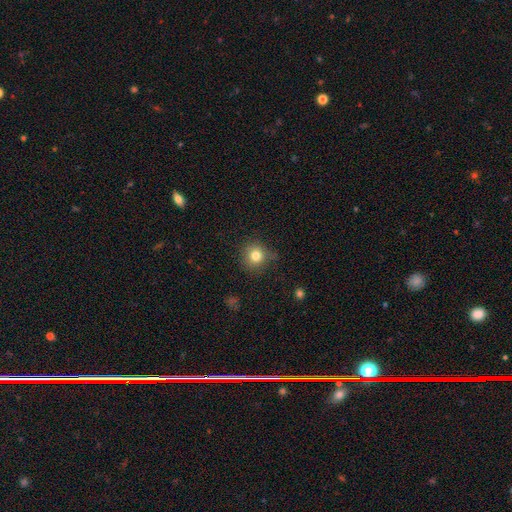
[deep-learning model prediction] smooth_or_featured: smooth (p=0.80) [alt: star or artifact p=0.12]
how_rounded: round (p=0.91) [alt: in between p=0.08]
merging: none (p=0.78) [alt: minor disturbance p=0.16]